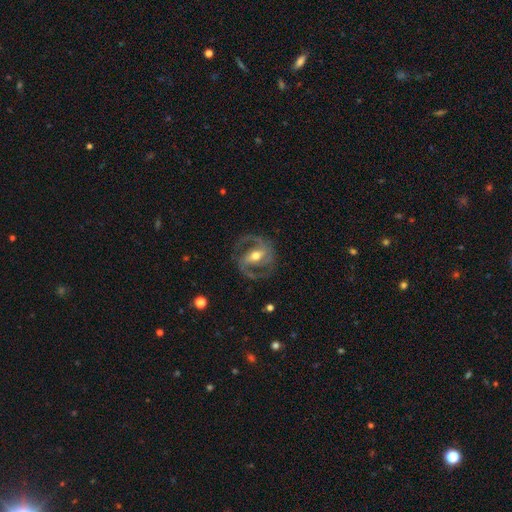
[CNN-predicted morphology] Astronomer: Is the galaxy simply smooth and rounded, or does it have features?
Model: featured or disk — 90%.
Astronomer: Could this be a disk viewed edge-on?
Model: no — 97%.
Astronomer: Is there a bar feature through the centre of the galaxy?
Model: strong — 47% (runner-up: weak, 38%).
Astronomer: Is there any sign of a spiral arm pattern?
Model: yes — 96%.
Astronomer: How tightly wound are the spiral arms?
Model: medium — 60%.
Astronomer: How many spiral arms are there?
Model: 2 — 91%.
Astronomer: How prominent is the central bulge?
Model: moderate — 72%.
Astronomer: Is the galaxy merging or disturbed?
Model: none — 79%.